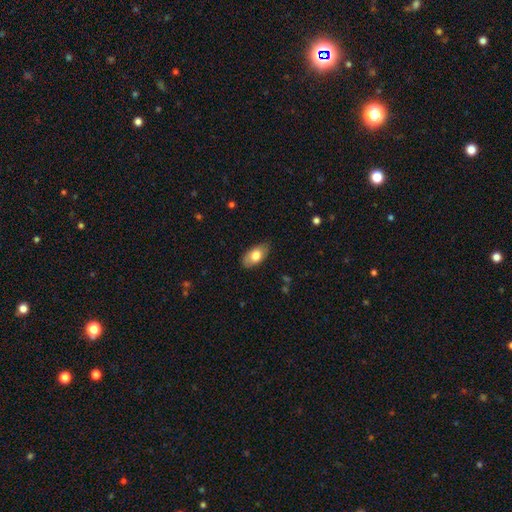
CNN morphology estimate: type=smooth (76%); roundness=in between (92%); merging=none (81%).